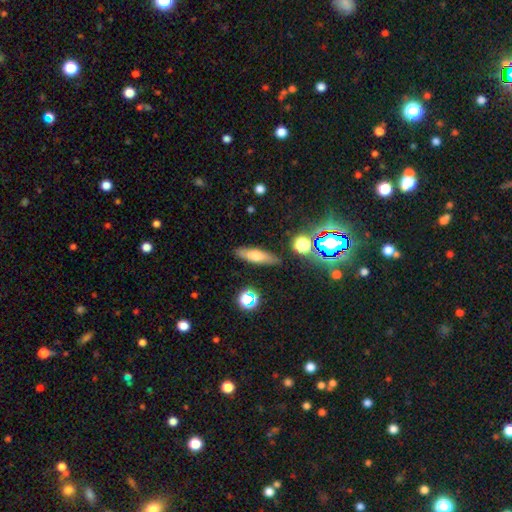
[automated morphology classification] Smooth or featured? smooth (62%)
How rounded? cigar-shaped (61%)
Merging? none (86%)